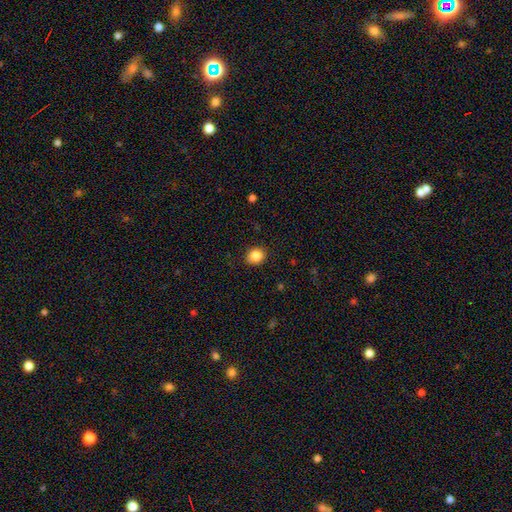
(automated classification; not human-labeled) A smooth galaxy with no disk features (85%) that is round (82%). Merging: none (90%).